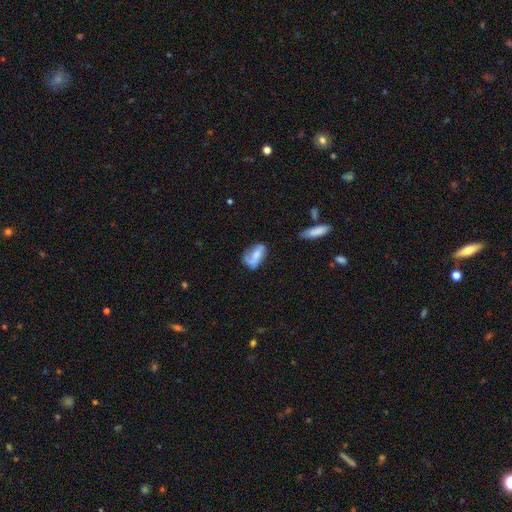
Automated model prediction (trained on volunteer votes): A smooth galaxy with no disk features (47%). Merging: none (45%).